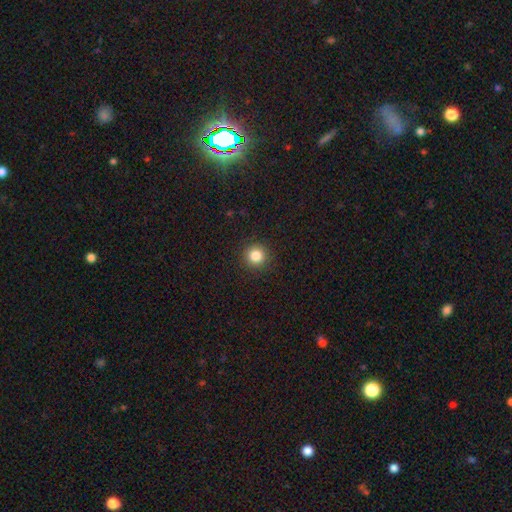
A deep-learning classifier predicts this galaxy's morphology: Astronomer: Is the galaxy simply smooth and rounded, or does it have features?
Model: smooth — 84%.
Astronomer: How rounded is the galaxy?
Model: round — 95%.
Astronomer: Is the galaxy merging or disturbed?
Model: none — 92%.